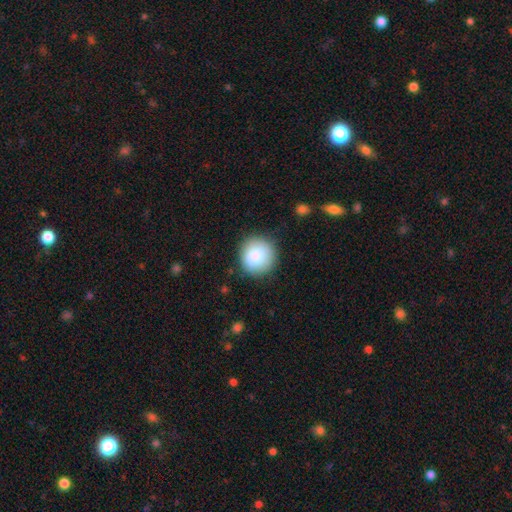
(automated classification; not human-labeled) smooth 83%, featured or disk 9%, star or artifact 8%. Down the decision tree: how rounded — round (93%); merging — none (86%).